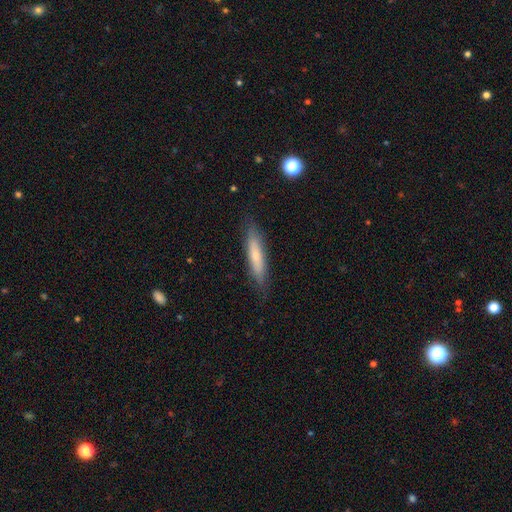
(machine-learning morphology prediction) Smooth or featured?
  - smooth: 68% *
  - featured or disk: 26%
  - star or artifact: 6%
How rounded?
  - cigar-shaped: 85% *
  - in between: 14%
  - round: 1%
Merging?
  - none: 83% *
  - minor disturbance: 13%
  - major disturbance: 3%
  - merger: 1%